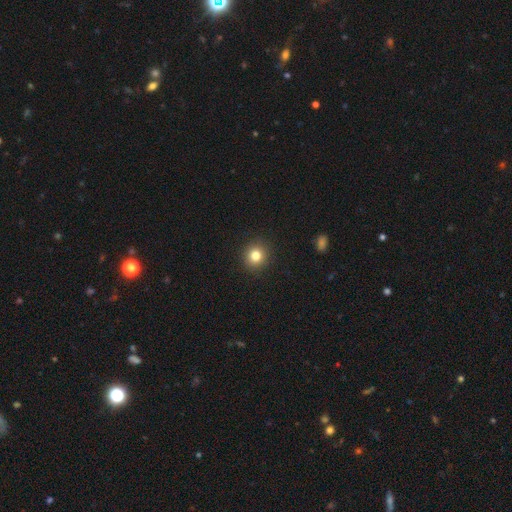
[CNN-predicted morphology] A smooth galaxy with no disk features (81%) that is round (88%).

Vote fractions:
- Smooth or featured? smooth: 81% / star or artifact: 12% / featured or disk: 7%
- How rounded? round: 88% / in between: 11% / cigar-shaped: 1%
- Merging? none: 91% / minor disturbance: 6% / major disturbance: 2% / merger: 1%